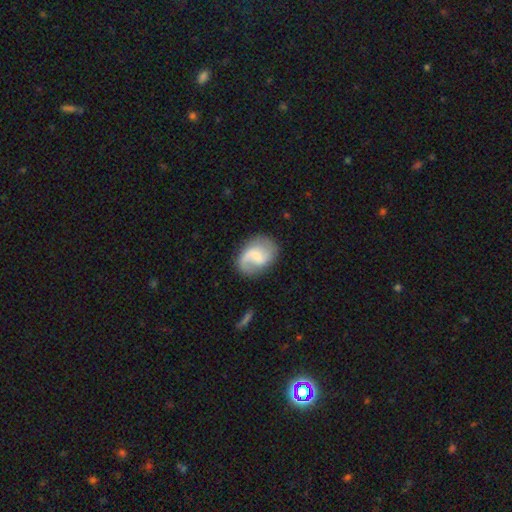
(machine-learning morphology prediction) A featured or disk galaxy (73%) with a weak bar (54%), 2 (75%) loose (54%) spiral arms (92%) and a small central bulge (47%).

Vote fractions:
- Smooth or featured? featured or disk: 73% / smooth: 21% / star or artifact: 6%
- Edge-on disk? no: 98% / yes: 2%
- Bar? weak: 54% / no: 29% / strong: 17%
- Spiral arms? yes: 92% / no: 8%
- Spiral winding? loose: 54% / medium: 36% / tight: 10%
- Spiral arm count? 2: 75% / 1: 18% / can't tell: 5% / 3: 1% / 4: 1% / more than 4: 1%
- Bulge size? small: 47% / moderate: 29% / none: 18% / large: 5% / dominant: 1%
- Merging? none: 72% / minor disturbance: 17% / major disturbance: 9% / merger: 2%